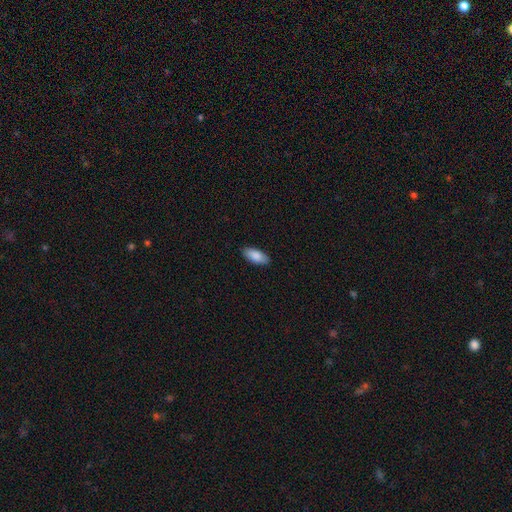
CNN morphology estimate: The model was most divided on "how rounded": in between: 87%, cigar-shaped: 11%, round: 2%. More confident: merging — none (88%); smooth or featured — smooth (87%).